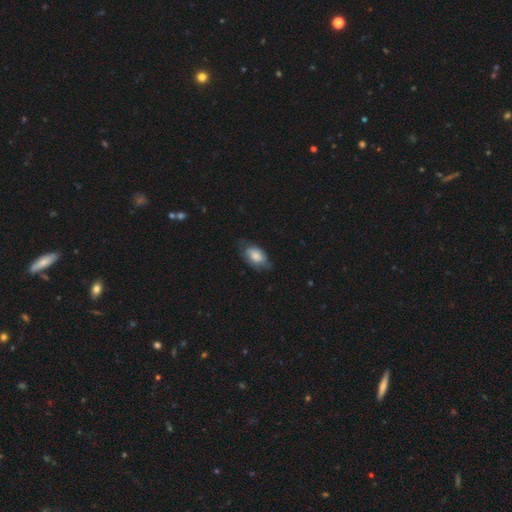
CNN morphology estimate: Q: Smooth or featured?
A: smooth (67%); runner-up: featured or disk (26%)
Q: How rounded?
A: in between (93%); runner-up: round (5%)
Q: Merging?
A: none (60%); runner-up: minor disturbance (29%)